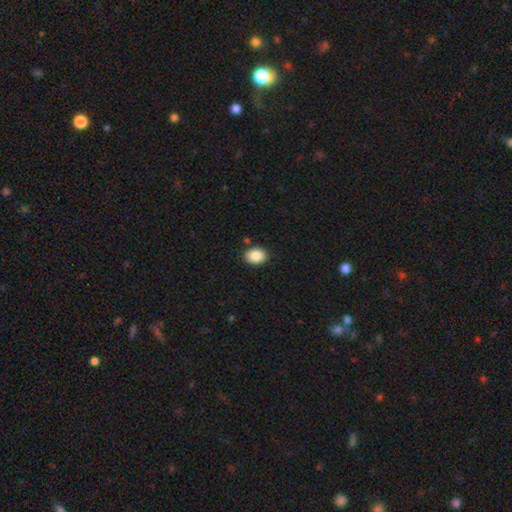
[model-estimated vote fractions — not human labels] smooth_or_featured: smooth (p=0.88) [alt: star or artifact p=0.08]
how_rounded: in between (p=0.71) [alt: round p=0.28]
merging: none (p=0.88) [alt: minor disturbance p=0.08]